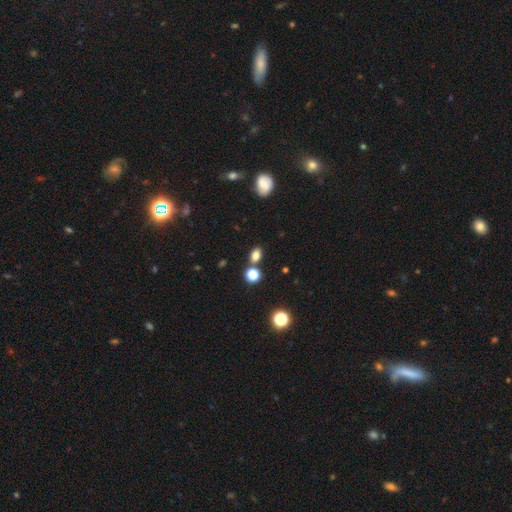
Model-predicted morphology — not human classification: smooth_or_featured: smooth (p=0.79) [alt: star or artifact p=0.15]
how_rounded: in between (p=0.73) [alt: round p=0.25]
merging: none (p=0.74) [alt: merger p=0.12]